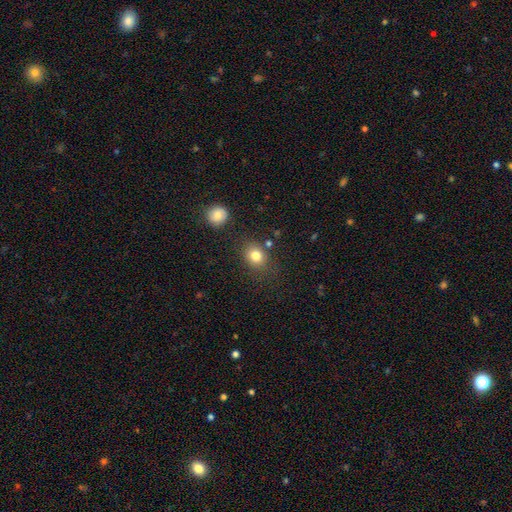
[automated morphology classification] smooth_or_featured: smooth (p=0.81) [alt: star or artifact p=0.11]
how_rounded: round (p=0.61) [alt: in between p=0.38]
merging: none (p=0.79) [alt: minor disturbance p=0.12]